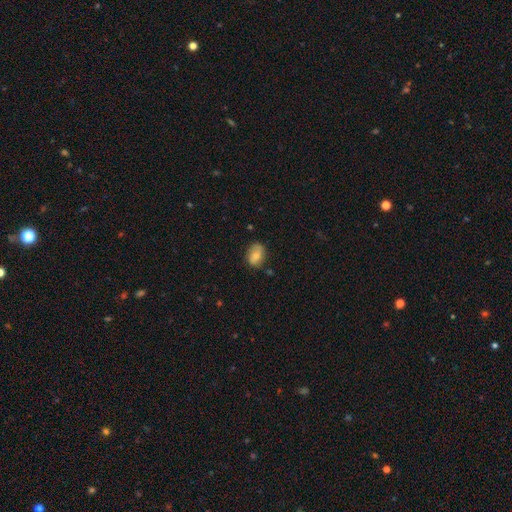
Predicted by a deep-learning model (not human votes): A smooth galaxy with no disk features (68%) that is in between round and cigar-shaped (79%).

Vote fractions:
- Smooth or featured? smooth: 68% / featured or disk: 24% / star or artifact: 8%
- How rounded? in between: 79% / round: 20% / cigar-shaped: 2%
- Merging? none: 69% / minor disturbance: 23% / major disturbance: 5% / merger: 3%